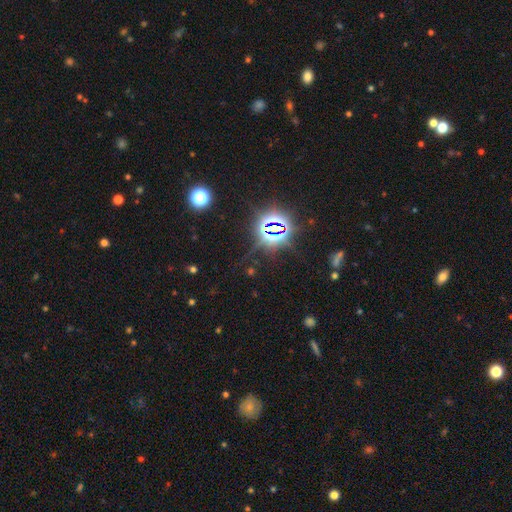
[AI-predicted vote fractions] Smooth or featured: star or artifact — 81% (smooth — 12%)